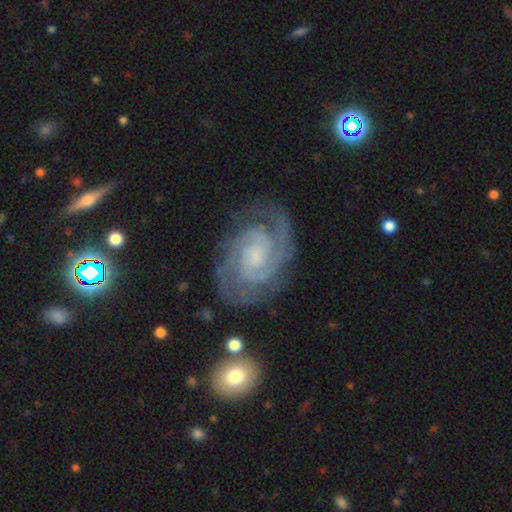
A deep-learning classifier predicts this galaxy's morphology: The model was most divided on "bar": no: 56%, weak: 36%, strong: 8%. More confident: spiral arms — yes (98%); edge-on disk — no (98%); smooth or featured — featured or disk (91%); merging — none (76%); spiral arm count — 2 (70%); spiral winding — tight (63%); bulge size — small (60%).